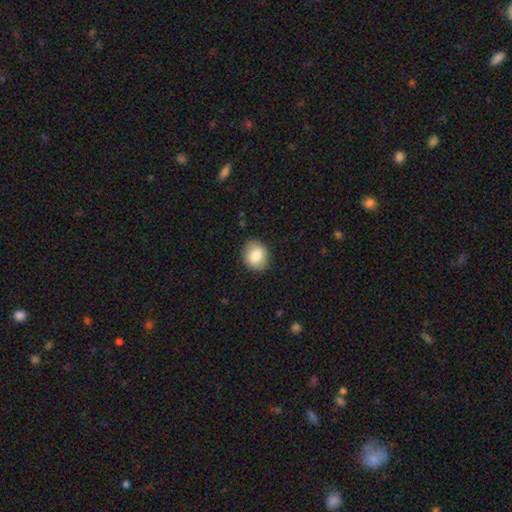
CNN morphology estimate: Smooth or featured? Predicted: smooth (p=0.83). How rounded? Predicted: round (p=0.66). Merging? Predicted: none (p=0.87).